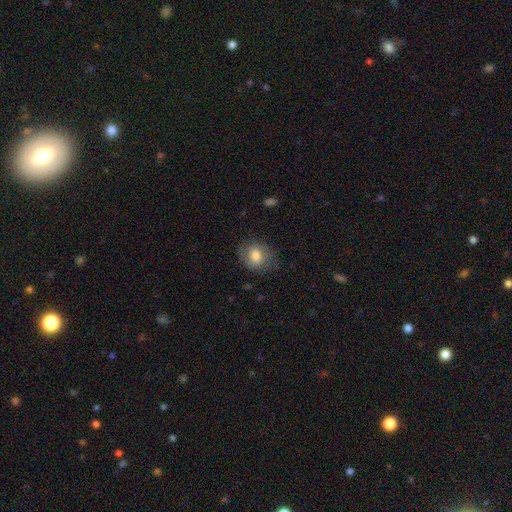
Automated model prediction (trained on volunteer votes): Smooth or featured: smooth — 76% (featured or disk — 16%)
How rounded: round — 56% (in between — 43%)
Merging: none — 72% (minor disturbance — 20%)